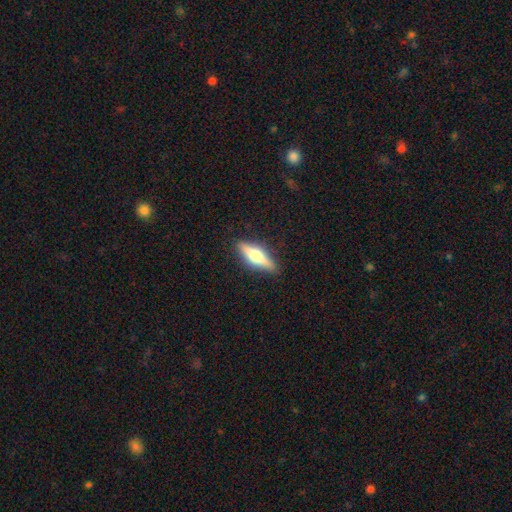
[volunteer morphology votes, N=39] This appears to be a featured or disk galaxy (54%) viewed edge-on (95%) with a rounded central bulge (100%). Merging: none (92%).